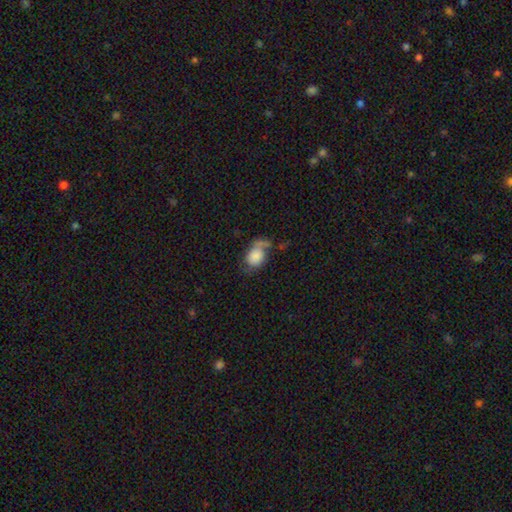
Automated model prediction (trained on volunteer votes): The model was most divided on "merging": none: 34%, major disturbance: 32%, minor disturbance: 25%, merger: 10%. More confident: how rounded — in between (65%); smooth or featured — smooth (56%).